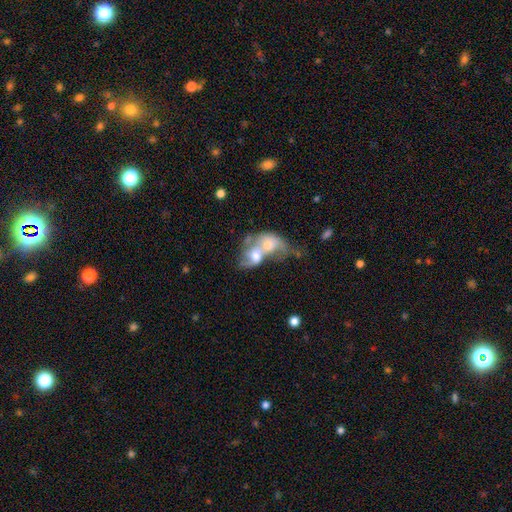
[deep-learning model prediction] Morphology: type=smooth (49%); merging=merger (82%).